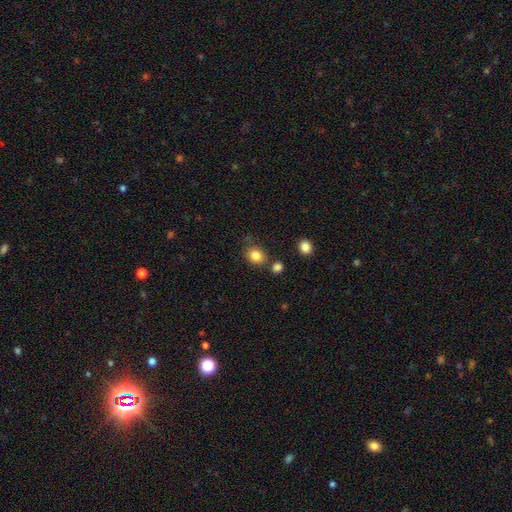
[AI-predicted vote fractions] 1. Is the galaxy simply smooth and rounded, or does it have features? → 84% smooth, 10% star or artifact, 6% featured or disk.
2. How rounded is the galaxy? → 58% round, 41% in between, 1% cigar-shaped.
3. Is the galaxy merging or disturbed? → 72% none, 13% minor disturbance, 10% merger, 4% major disturbance.